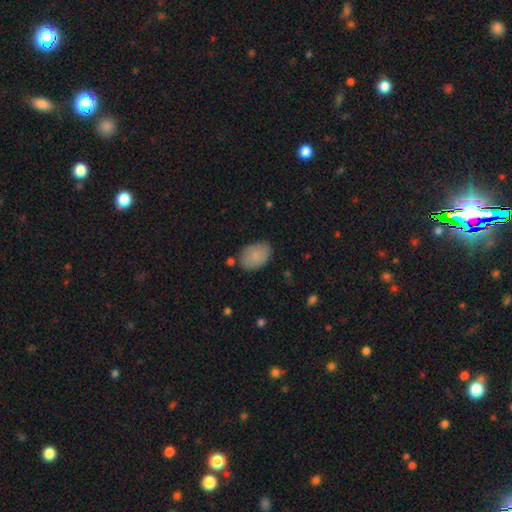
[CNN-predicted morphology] Smooth or featured: smooth — 84% (featured or disk — 10%)
How rounded: in between — 86% (round — 13%)
Merging: none — 79% (minor disturbance — 15%)